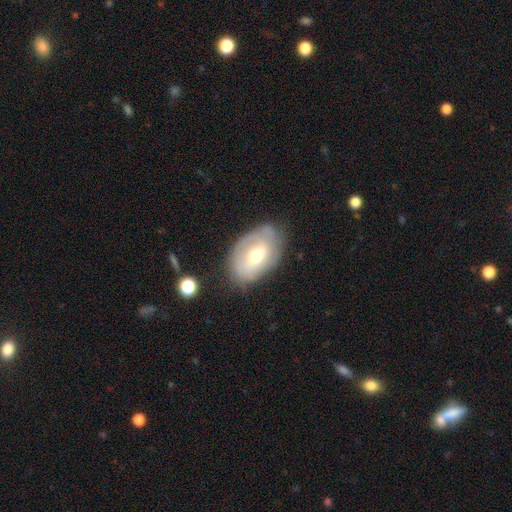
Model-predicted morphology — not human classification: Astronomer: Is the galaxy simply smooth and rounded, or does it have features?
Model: smooth — 47% (runner-up: featured or disk, 46%).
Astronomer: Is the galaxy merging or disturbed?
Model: none — 67%.